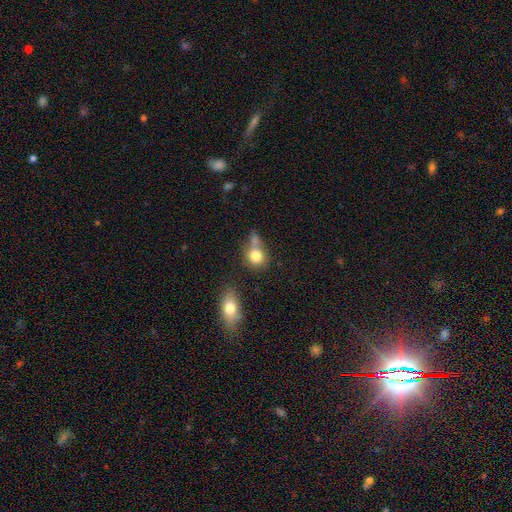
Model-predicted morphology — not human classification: Smooth or featured? Predicted: smooth (p=0.80). How rounded? Predicted: round (p=0.67). Merging? Predicted: none (p=0.40).